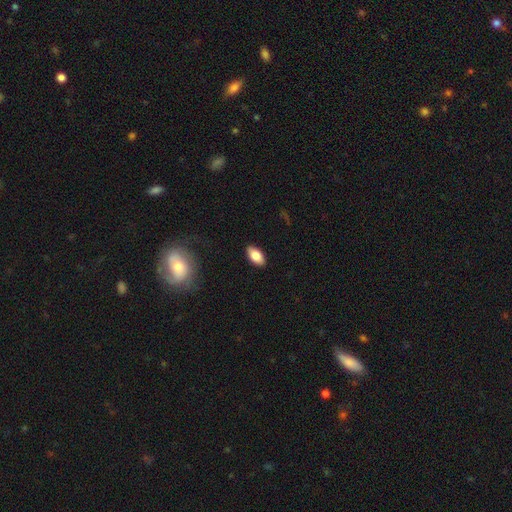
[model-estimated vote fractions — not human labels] smooth_or_featured: smooth (p=0.83) [alt: featured or disk p=0.10]
how_rounded: in between (p=0.93) [alt: cigar-shaped p=0.03]
merging: none (p=0.89) [alt: minor disturbance p=0.08]